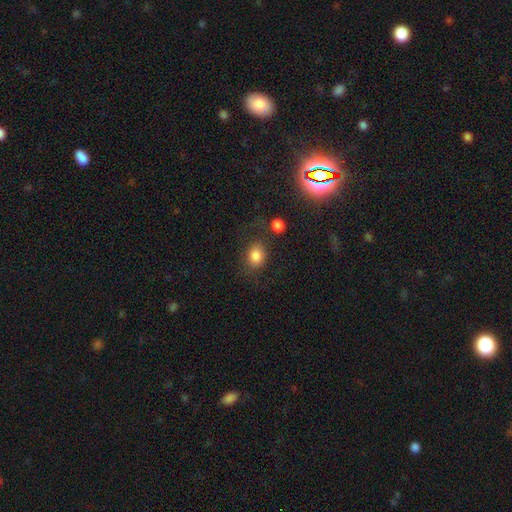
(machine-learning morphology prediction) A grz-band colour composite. It shows a smooth galaxy with no disk features (83%) that is in between round and cigar-shaped (50%). Merging: none (70%).